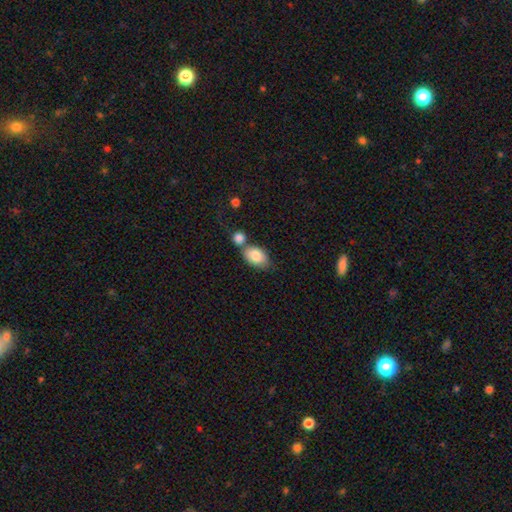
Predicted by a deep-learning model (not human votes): A smooth galaxy with no disk features (83%) that is in between round and cigar-shaped (85%).

Vote fractions:
- Smooth or featured? smooth: 83% / featured or disk: 11% / star or artifact: 7%
- How rounded? in between: 85% / round: 13% / cigar-shaped: 1%
- Merging? none: 46% / merger: 35% / minor disturbance: 15% / major disturbance: 4%